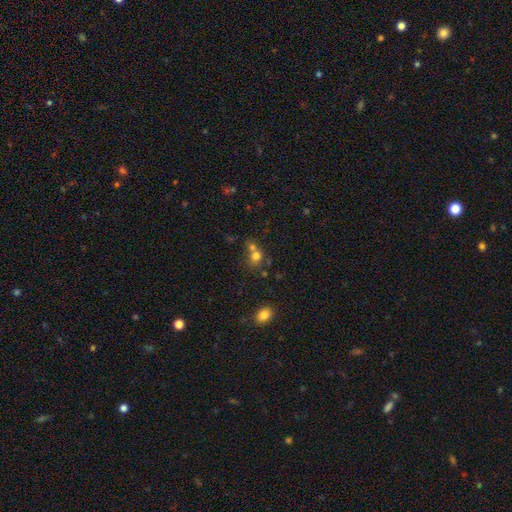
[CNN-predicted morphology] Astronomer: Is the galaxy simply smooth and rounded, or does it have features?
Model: smooth — 72%.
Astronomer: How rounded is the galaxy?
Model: round — 74%.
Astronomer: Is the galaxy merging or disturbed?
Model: merger — 48% (runner-up: none, 40%).